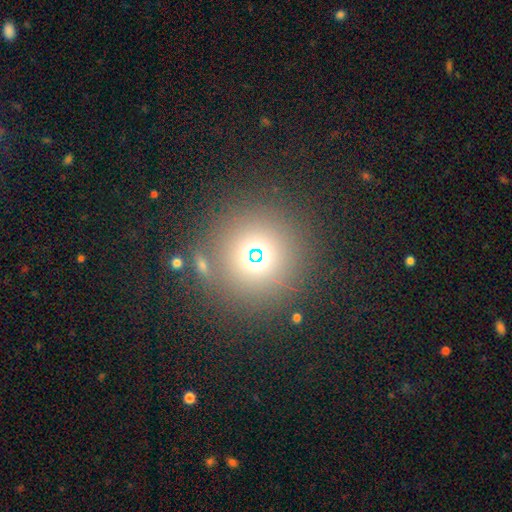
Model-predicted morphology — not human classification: A smooth galaxy with no disk features (53%) that is round (90%).

Vote fractions:
- Smooth or featured? smooth: 53% / star or artifact: 37% / featured or disk: 10%
- How rounded? round: 90% / in between: 9% / cigar-shaped: 1%
- Merging? none: 81% / minor disturbance: 8% / merger: 7% / major disturbance: 4%